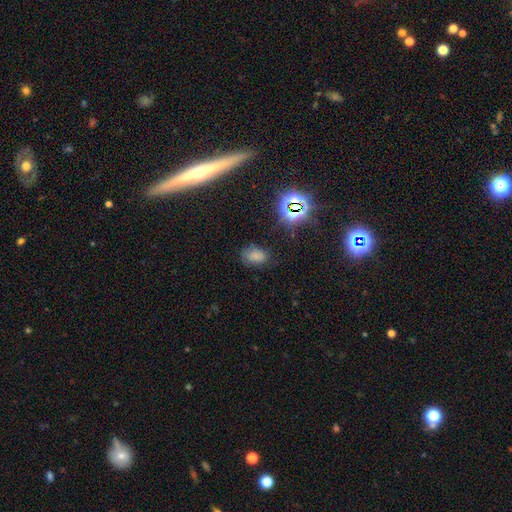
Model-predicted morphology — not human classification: A smooth galaxy with no disk features (66%) that is in between round and cigar-shaped (85%).

Vote fractions:
- Smooth or featured? smooth: 66% / star or artifact: 25% / featured or disk: 9%
- How rounded? in between: 85% / round: 14% / cigar-shaped: 1%
- Merging? none: 70% / minor disturbance: 21% / major disturbance: 7% / merger: 2%